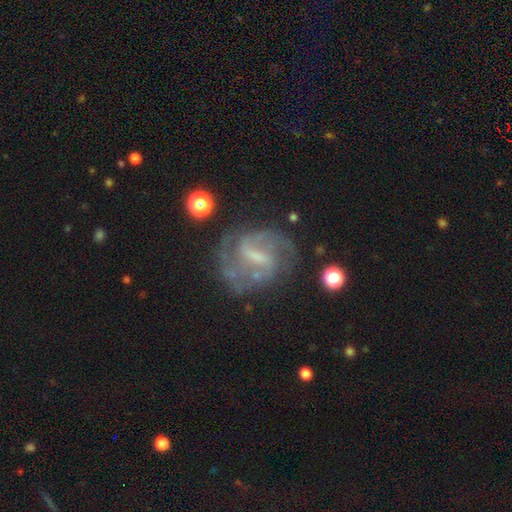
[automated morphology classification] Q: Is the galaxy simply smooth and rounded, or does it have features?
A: featured or disk — 84%.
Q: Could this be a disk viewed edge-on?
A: no — 97%.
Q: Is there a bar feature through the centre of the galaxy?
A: weak — 48%.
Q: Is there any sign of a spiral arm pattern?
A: yes — 93%.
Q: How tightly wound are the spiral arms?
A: medium — 51%.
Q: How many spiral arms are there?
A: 2 — 67%.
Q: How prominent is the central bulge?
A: none — 38%.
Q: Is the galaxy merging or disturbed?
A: none — 66%.